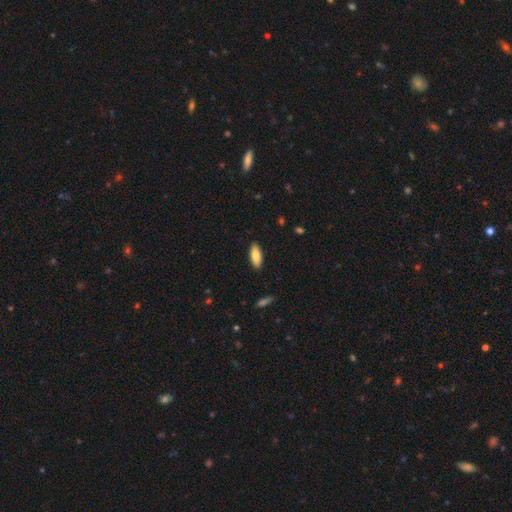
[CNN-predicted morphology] Smooth or featured? smooth (81%)
How rounded? in between (71%)
Merging? none (90%)